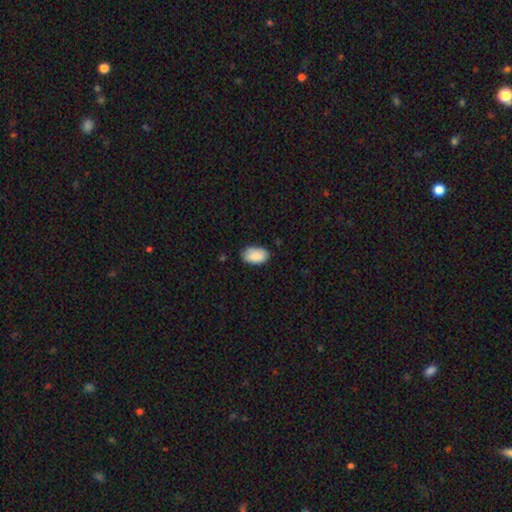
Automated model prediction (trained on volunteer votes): This is clearly a smooth galaxy (89%). How rounded: clearly in between (94%). Merging: likely none (78%).